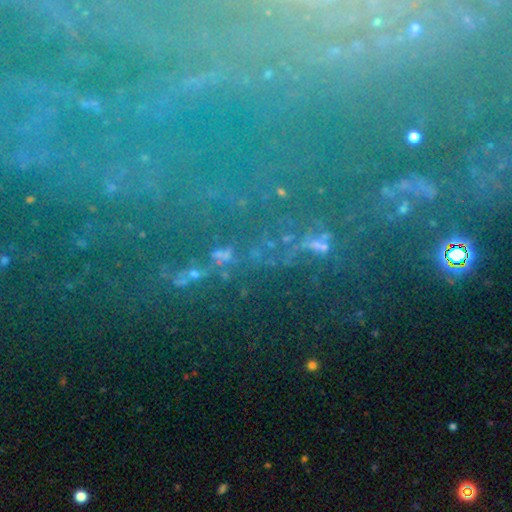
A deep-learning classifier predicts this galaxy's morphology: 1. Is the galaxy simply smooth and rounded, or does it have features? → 68% star or artifact, 19% featured or disk, 13% smooth.